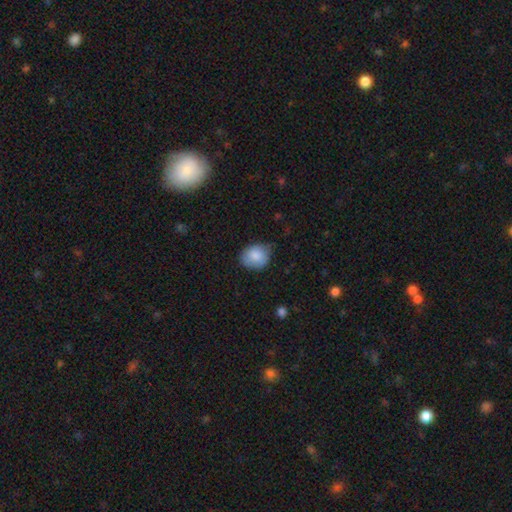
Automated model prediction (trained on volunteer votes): smooth 84%, featured or disk 9%, star or artifact 7%. Down the decision tree: how rounded — round (56%); merging — none (64%).